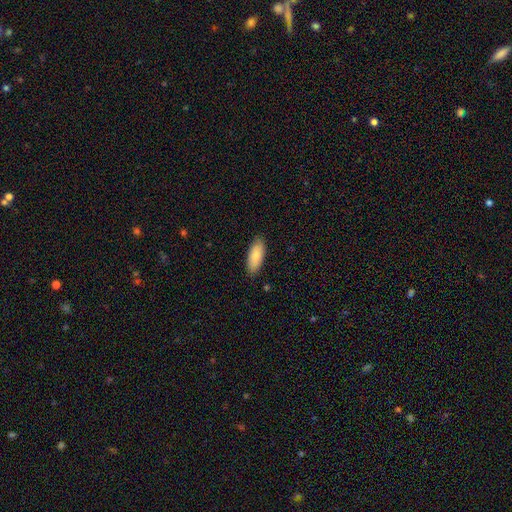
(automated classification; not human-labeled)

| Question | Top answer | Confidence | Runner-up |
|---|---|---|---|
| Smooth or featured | smooth | 83% | featured or disk (11%) |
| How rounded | in between | 81% | cigar-shaped (17%) |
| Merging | none | 87% | minor disturbance (10%) |